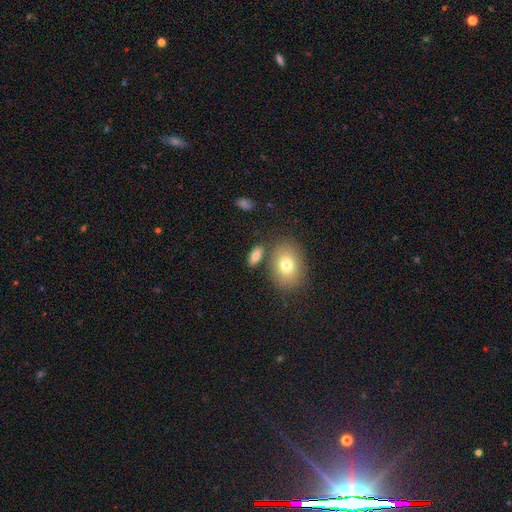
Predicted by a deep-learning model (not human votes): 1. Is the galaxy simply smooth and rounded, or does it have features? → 79% smooth, 12% featured or disk, 9% star or artifact.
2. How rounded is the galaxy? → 83% in between, 9% round, 9% cigar-shaped.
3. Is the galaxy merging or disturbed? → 74% none, 12% minor disturbance, 11% merger, 4% major disturbance.